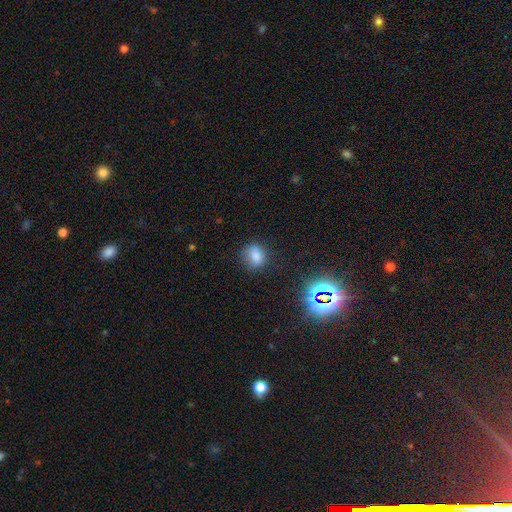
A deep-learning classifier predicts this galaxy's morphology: Smooth or featured? smooth (78%)
How rounded? round (57%)
Merging? none (73%)